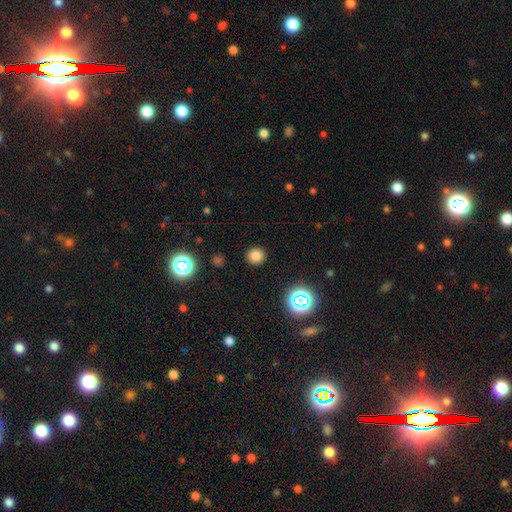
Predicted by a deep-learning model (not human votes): Morphology: type=smooth (79%); roundness=round (92%); merging=none (91%).